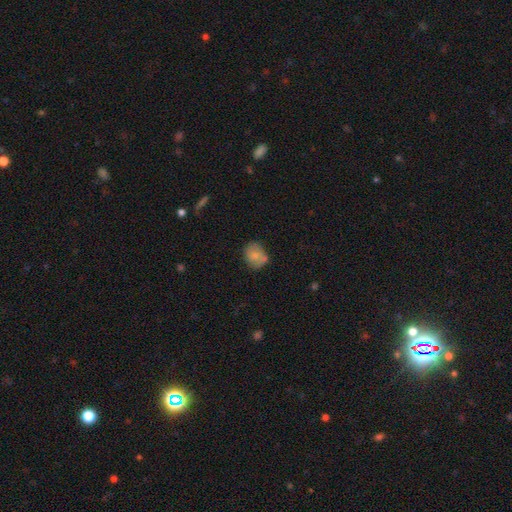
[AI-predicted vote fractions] Q: Smooth or featured?
A: smooth (72%); runner-up: featured or disk (20%)
Q: How rounded?
A: round (59%); runner-up: in between (40%)
Q: Merging?
A: none (61%); runner-up: minor disturbance (22%)